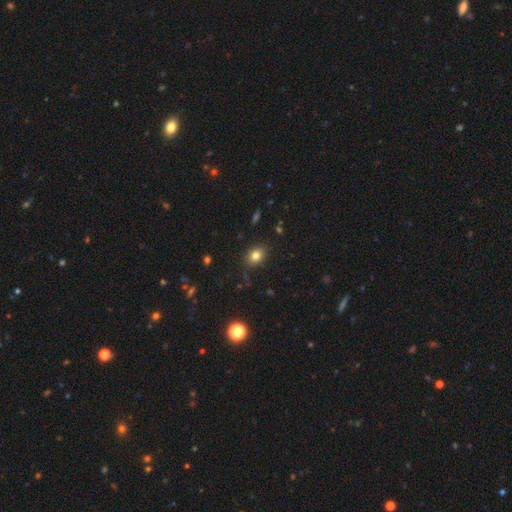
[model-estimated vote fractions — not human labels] This is likely a smooth galaxy (80%). How rounded: possibly in between (55%). Merging: clearly none (86%).